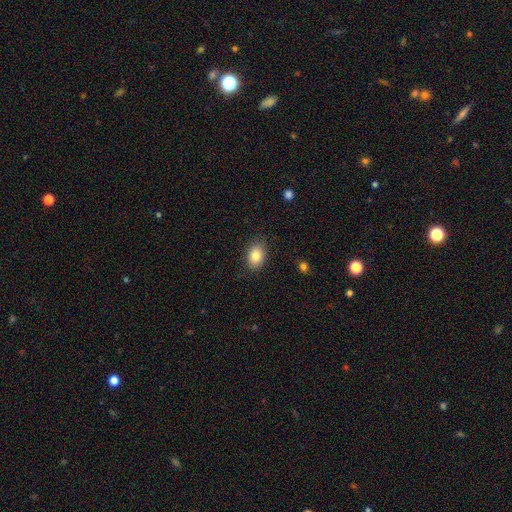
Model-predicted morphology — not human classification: Smooth or featured?
  - smooth: 84% *
  - star or artifact: 8%
  - featured or disk: 8%
How rounded?
  - in between: 79% *
  - round: 20%
  - cigar-shaped: 1%
Merging?
  - none: 86% *
  - minor disturbance: 11%
  - major disturbance: 3%
  - merger: 1%